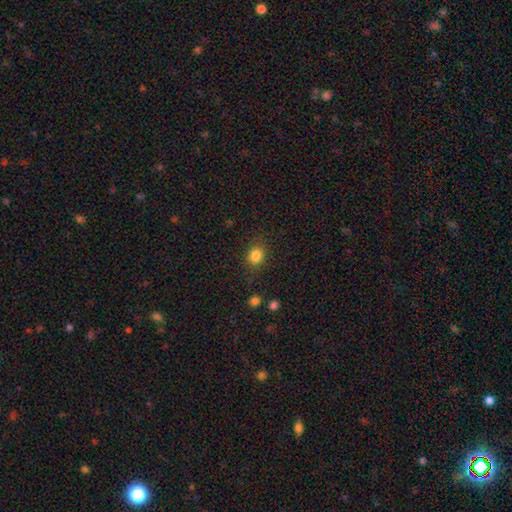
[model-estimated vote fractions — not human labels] Smooth or featured: smooth — 84% (star or artifact — 11%)
How rounded: round — 69% (in between — 30%)
Merging: none — 85% (minor disturbance — 10%)